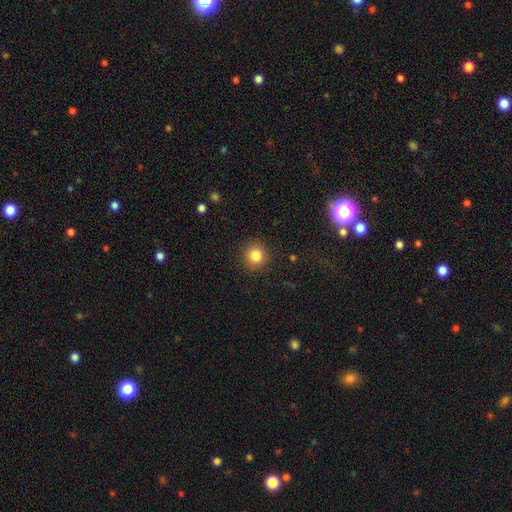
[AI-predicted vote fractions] Smooth or featured? Predicted: smooth (p=0.83). How rounded? Predicted: round (p=0.92). Merging? Predicted: none (p=0.90).